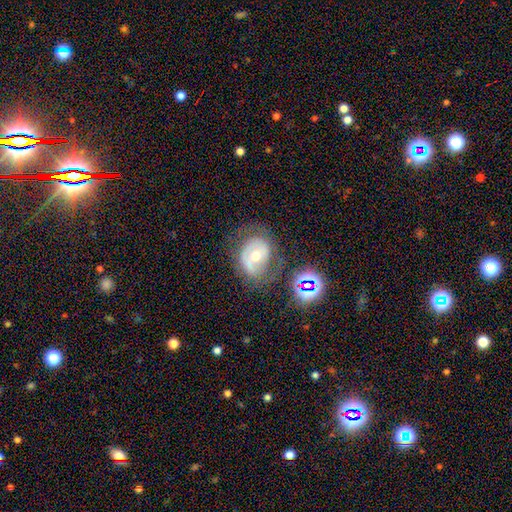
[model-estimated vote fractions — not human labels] smooth-or-featured: featured or disk: 59% | smooth: 30% | star or artifact: 11%
  disk-edge-on: no: 95% | yes: 5%
    bar: no: 58% | weak: 28% | strong: 15%
    has-spiral-arms: no: 52% | yes: 48%
    bulge-size: moderate: 65% | small: 28% | large: 4% | none: 1% | dominant: 1%
  merging: none: 55% | minor disturbance: 23% | major disturbance: 17% | merger: 5%